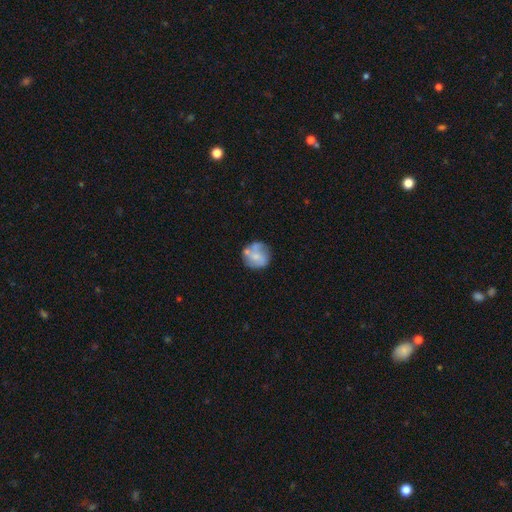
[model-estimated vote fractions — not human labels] This appears to be a smooth galaxy with no disk features (48%). Merging: none (60%).